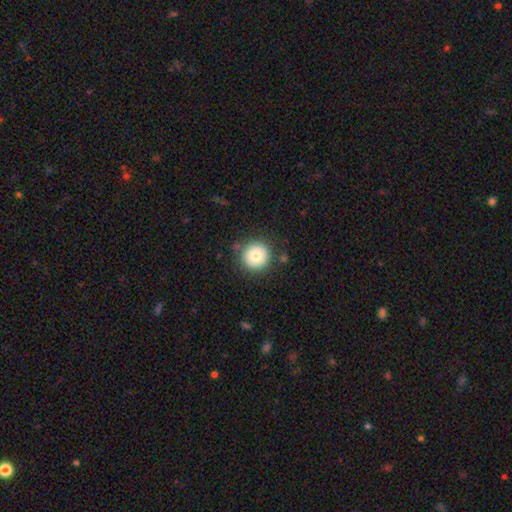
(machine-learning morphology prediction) smooth-or-featured: smooth: 78% | featured or disk: 12% | star or artifact: 10%
  how-rounded: round: 95% | in between: 4% | cigar-shaped: 1%
  merging: none: 86% | minor disturbance: 9% | major disturbance: 3% | merger: 2%